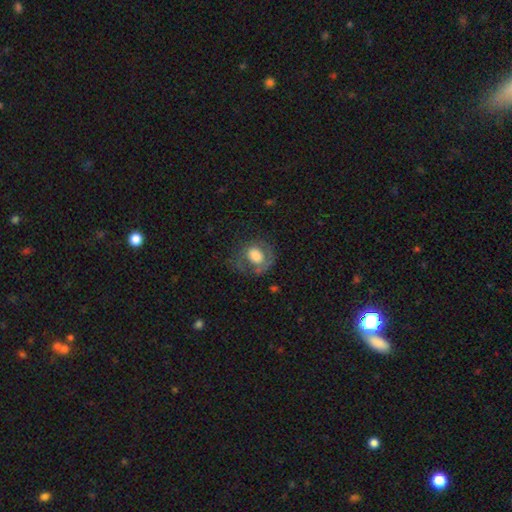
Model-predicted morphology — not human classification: Smooth or featured? smooth (56%)
How rounded? round (64%)
Merging? none (53%)